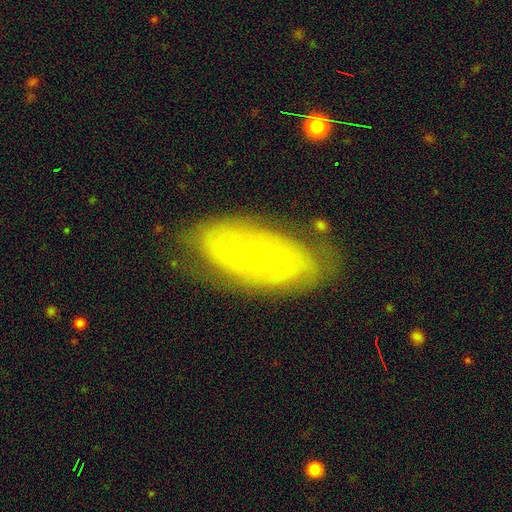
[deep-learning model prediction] Morphology: type=featured or disk (76%); edge-on=no (93%); bar=no (74%); spiral arms=yes (83%); winding=tight (55%); arm count=2 (53%); bulge=small (77%); merging=none (75%).